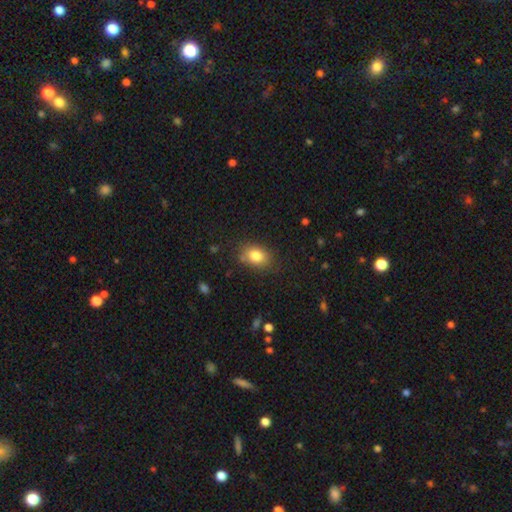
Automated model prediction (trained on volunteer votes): smooth_or_featured: smooth (p=0.82) [alt: star or artifact p=0.09]
how_rounded: in between (p=0.71) [alt: round p=0.28]
merging: none (p=0.78) [alt: minor disturbance p=0.16]